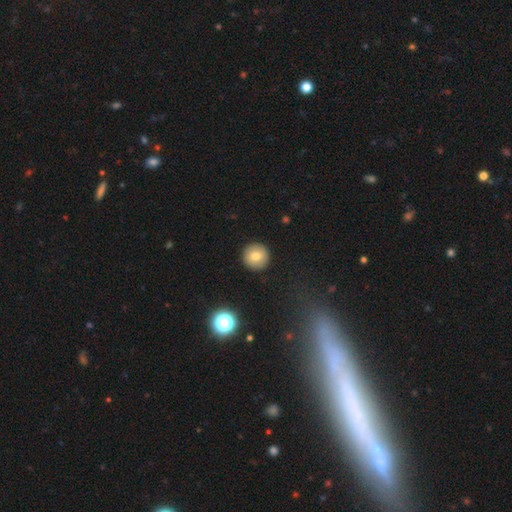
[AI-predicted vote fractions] This appears to be a smooth galaxy with no disk features (78%) that is round (95%). Merging: none (92%).